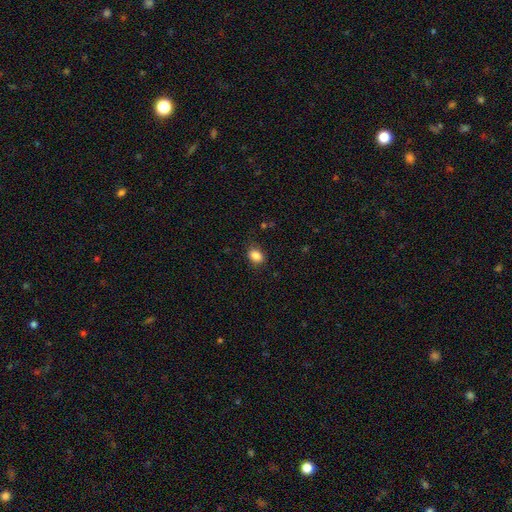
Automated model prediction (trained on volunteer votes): The model was most divided on "how rounded": in between: 62%, round: 37%, cigar-shaped: 1%. More confident: smooth or featured — smooth (86%); merging — none (82%).